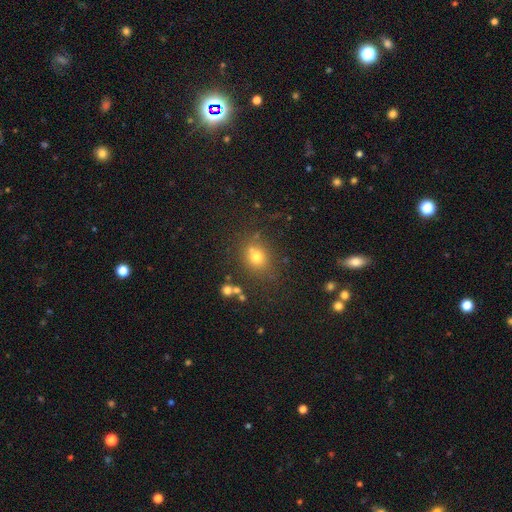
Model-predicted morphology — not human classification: Smooth or featured? Predicted: smooth (p=0.72). How rounded? Predicted: round (p=0.69). Merging? Predicted: none (p=0.67).